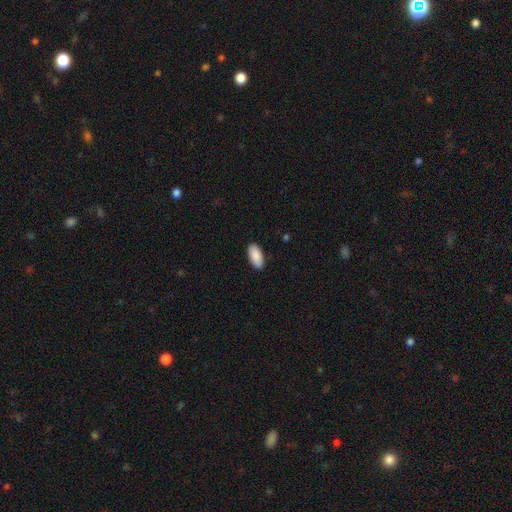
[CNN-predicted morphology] A smooth galaxy with no disk features (90%) that is in between round and cigar-shaped (92%).

Vote fractions:
- Smooth or featured? smooth: 90% / star or artifact: 6% / featured or disk: 4%
- How rounded? in between: 92% / cigar-shaped: 6% / round: 2%
- Merging? none: 89% / minor disturbance: 8% / major disturbance: 2% / merger: 1%